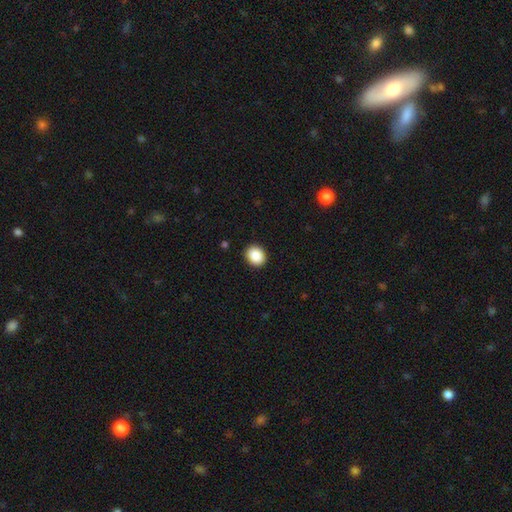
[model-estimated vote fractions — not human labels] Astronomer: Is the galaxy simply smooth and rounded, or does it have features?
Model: smooth — 89%.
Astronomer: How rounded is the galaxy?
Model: round — 65%.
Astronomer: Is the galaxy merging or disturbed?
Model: none — 91%.